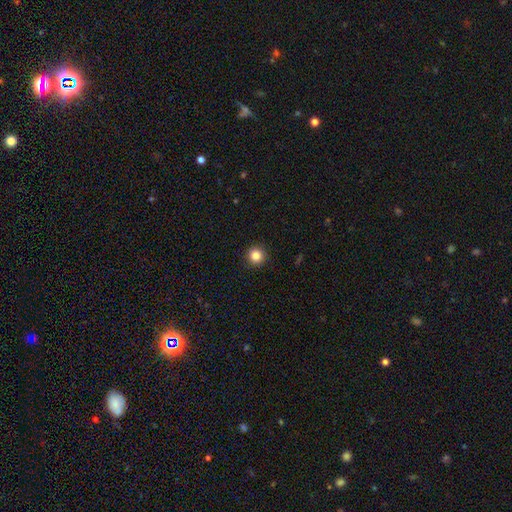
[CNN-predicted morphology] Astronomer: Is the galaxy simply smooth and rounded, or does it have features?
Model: smooth — 85%.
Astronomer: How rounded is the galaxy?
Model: round — 95%.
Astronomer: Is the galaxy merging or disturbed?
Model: none — 93%.